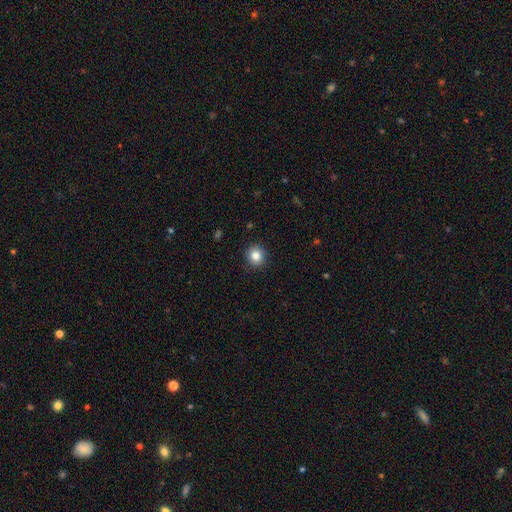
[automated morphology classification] Overall: smooth (83%). How rounded: round (88%). Merging: none (91%).